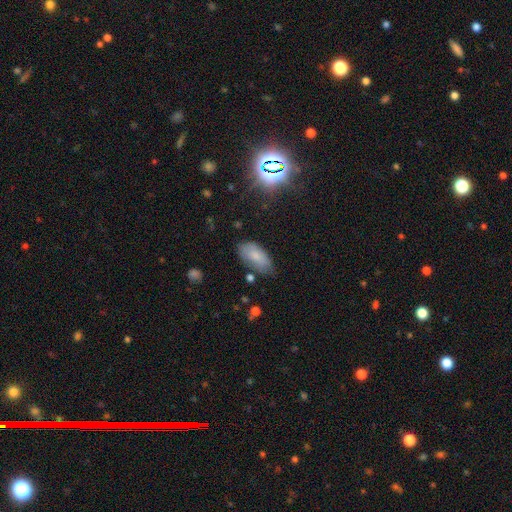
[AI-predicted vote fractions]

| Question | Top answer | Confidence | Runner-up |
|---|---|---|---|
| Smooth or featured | smooth | 78% | featured or disk (13%) |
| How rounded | in between | 92% | cigar-shaped (5%) |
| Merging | none | 67% | minor disturbance (24%) |